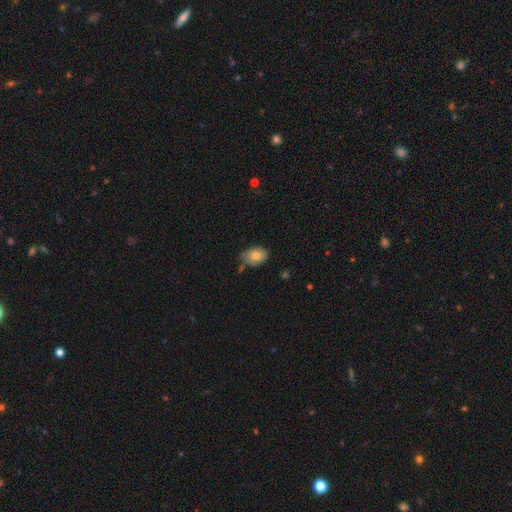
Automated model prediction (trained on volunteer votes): Smooth or featured?
  - smooth: 79% *
  - featured or disk: 14%
  - star or artifact: 8%
How rounded?
  - in between: 78% *
  - round: 21%
  - cigar-shaped: 1%
Merging?
  - none: 61% *
  - minor disturbance: 28%
  - merger: 6%
  - major disturbance: 5%